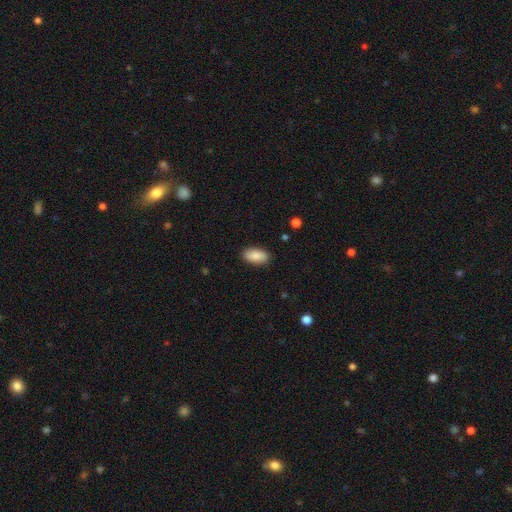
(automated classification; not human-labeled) Smooth or featured? smooth (86%)
How rounded? in between (93%)
Merging? none (89%)